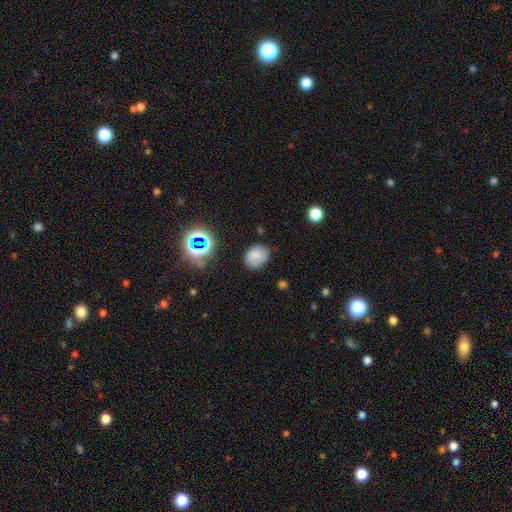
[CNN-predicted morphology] Smooth or featured?
  - smooth: 74% *
  - star or artifact: 15%
  - featured or disk: 11%
How rounded?
  - in between: 51% *
  - round: 48%
  - cigar-shaped: 1%
Merging?
  - none: 73% *
  - minor disturbance: 20%
  - major disturbance: 5%
  - merger: 2%